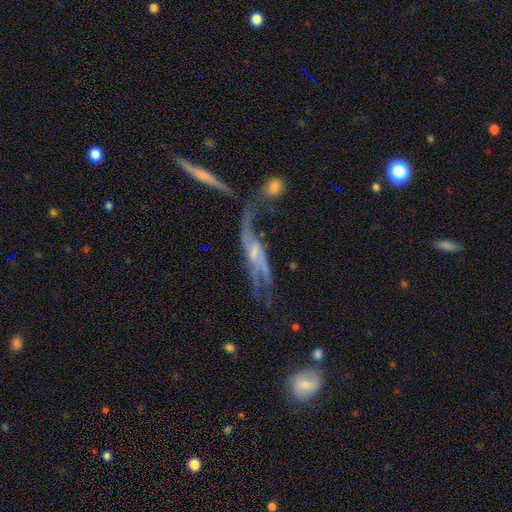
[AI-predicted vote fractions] Overall: featured or disk (75%). Edge-on disk: no (74%). Bar: weak (41%; no 38%). Spiral arms: yes (81%). Bulge size: small (36%; none 30%). Merging: major disturbance (29%, tied with none).